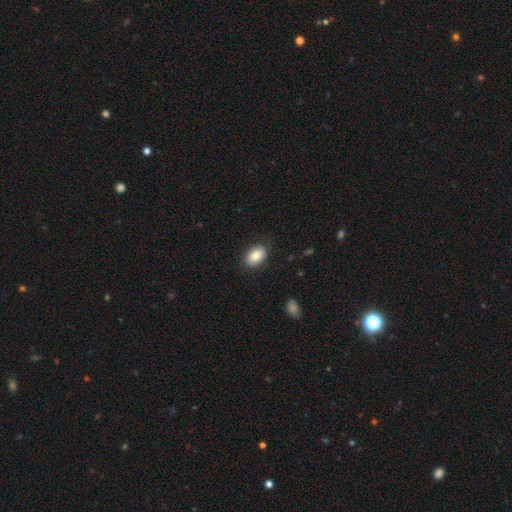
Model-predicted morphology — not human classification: The model was most divided on "merging": none: 85%, minor disturbance: 11%, major disturbance: 3%, merger: 1%. More confident: how rounded — in between (89%); smooth or featured — smooth (86%).